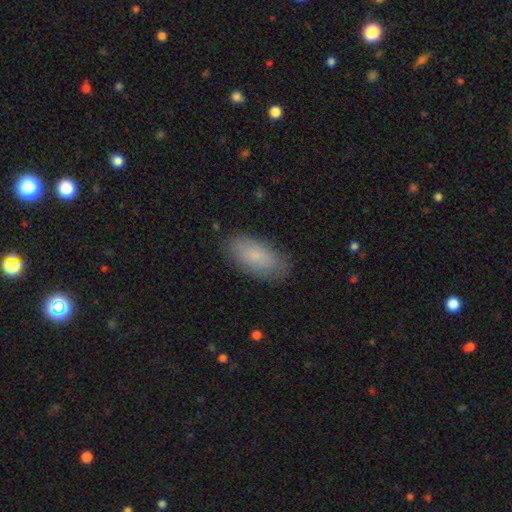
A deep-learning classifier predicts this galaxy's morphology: Q: Smooth or featured?
A: smooth (82%); runner-up: featured or disk (12%)
Q: How rounded?
A: in between (91%); runner-up: cigar-shaped (7%)
Q: Merging?
A: none (85%); runner-up: minor disturbance (11%)